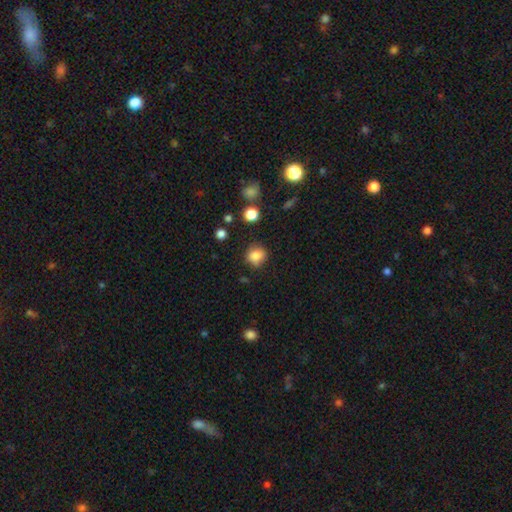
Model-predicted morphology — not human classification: This appears to be a smooth galaxy with no disk features (82%) that is round (79%). Merging: none (79%).